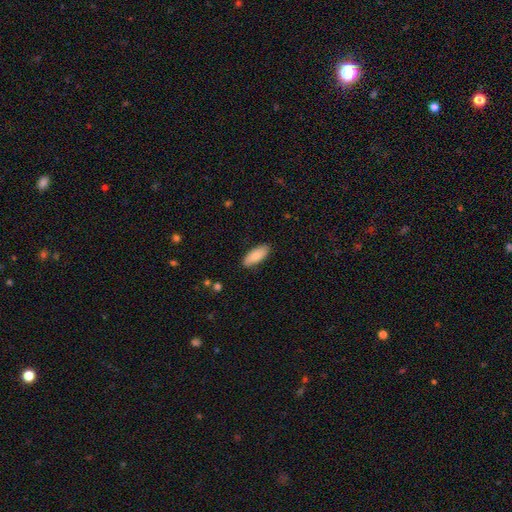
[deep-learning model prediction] smooth-or-featured: smooth: 85% | featured or disk: 9% | star or artifact: 6%
  how-rounded: in between: 80% | cigar-shaped: 18% | round: 2%
  merging: none: 86% | minor disturbance: 11% | major disturbance: 2% | merger: 1%